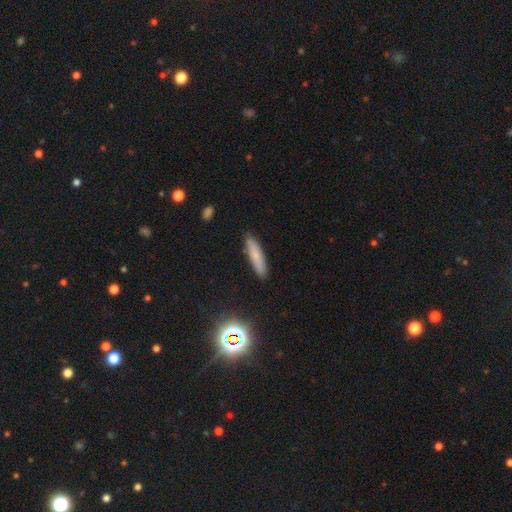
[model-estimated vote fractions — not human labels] Smooth or featured?
  - smooth: 74% *
  - featured or disk: 16%
  - star or artifact: 10%
How rounded?
  - cigar-shaped: 80% *
  - in between: 18%
  - round: 2%
Merging?
  - none: 88% *
  - minor disturbance: 9%
  - major disturbance: 2%
  - merger: 1%